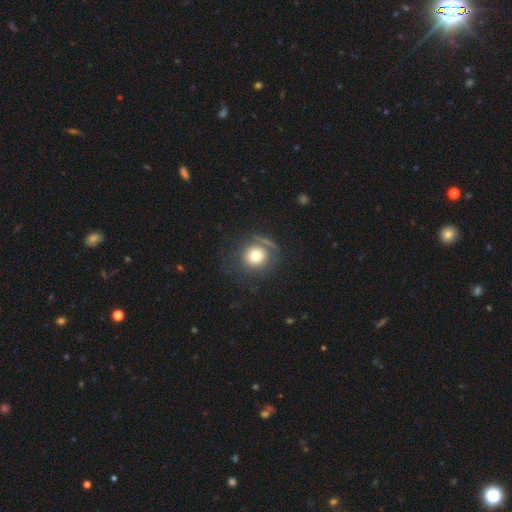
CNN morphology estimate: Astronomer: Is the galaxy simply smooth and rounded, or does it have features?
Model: smooth — 69%.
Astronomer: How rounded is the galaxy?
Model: round — 92%.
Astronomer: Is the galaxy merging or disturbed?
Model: none — 67%.